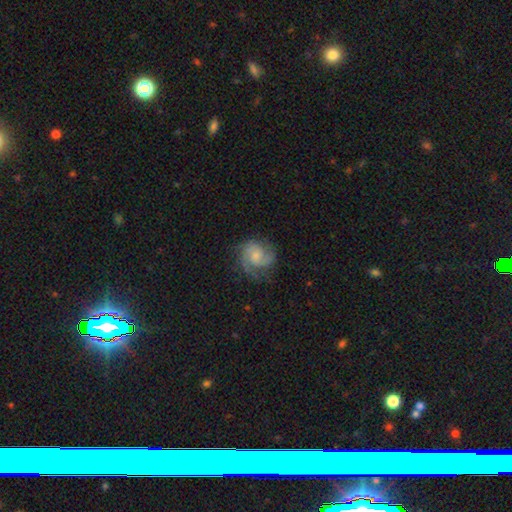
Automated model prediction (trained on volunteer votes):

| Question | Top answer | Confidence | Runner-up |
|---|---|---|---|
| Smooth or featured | featured or disk | 76% | smooth (17%) |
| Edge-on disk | no | 98% | yes (2%) |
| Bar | no | 63% | weak (33%) |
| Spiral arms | yes | 95% | no (5%) |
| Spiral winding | medium | 48% | tight (36%) |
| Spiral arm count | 2 | 53% | 3 (23%) |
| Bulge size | small | 48% | moderate (32%) |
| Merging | none | 68% | minor disturbance (20%) |